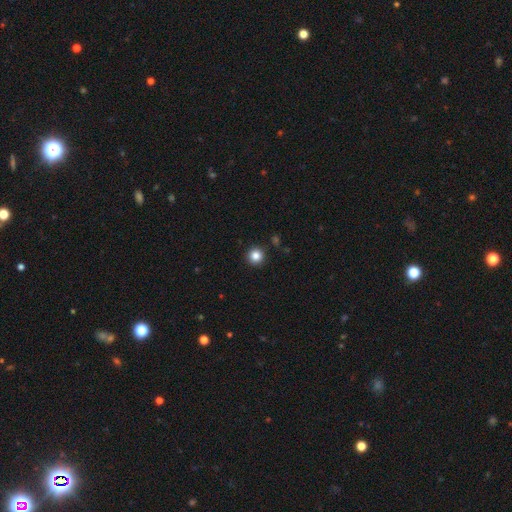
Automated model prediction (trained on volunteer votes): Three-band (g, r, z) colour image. It shows a smooth galaxy with no disk features (84%) that is round (96%). Merging: none (93%).